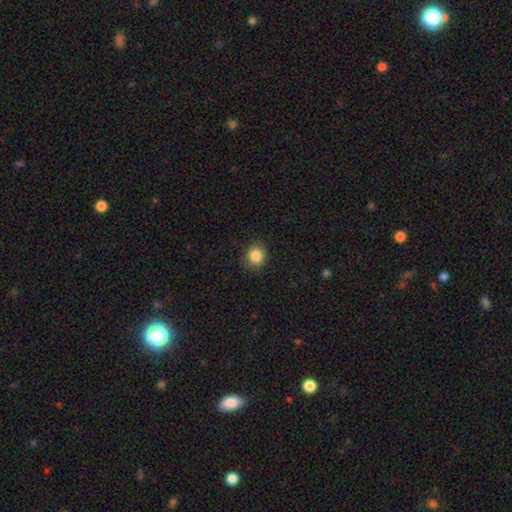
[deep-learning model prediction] Smooth or featured?
  - smooth: 85% *
  - star or artifact: 10%
  - featured or disk: 5%
How rounded?
  - round: 81% *
  - in between: 18%
  - cigar-shaped: 1%
Merging?
  - none: 88% *
  - minor disturbance: 9%
  - major disturbance: 2%
  - merger: 1%